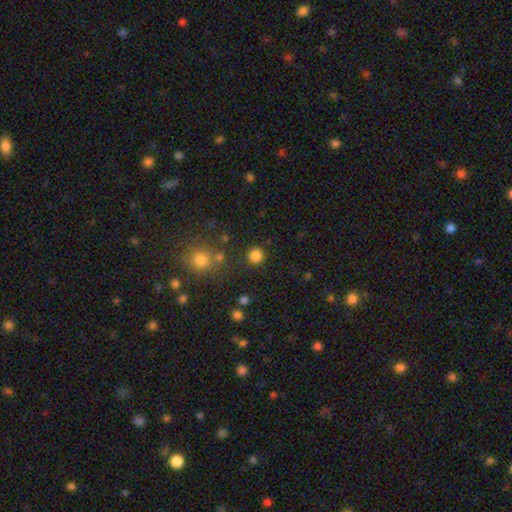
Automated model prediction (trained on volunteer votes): smooth-or-featured: smooth: 83% | star or artifact: 13% | featured or disk: 4%
  how-rounded: round: 94% | in between: 5% | cigar-shaped: 1%
  merging: none: 89% | minor disturbance: 6% | merger: 3% | major disturbance: 3%